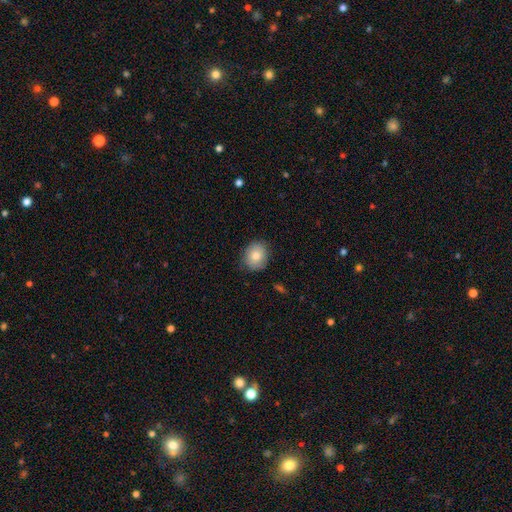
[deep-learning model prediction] Smooth or featured: smooth — 80% (featured or disk — 12%)
How rounded: round — 67% (in between — 32%)
Merging: none — 83% (minor disturbance — 13%)